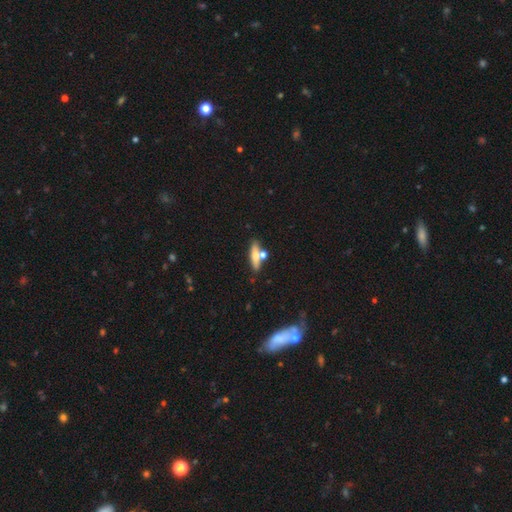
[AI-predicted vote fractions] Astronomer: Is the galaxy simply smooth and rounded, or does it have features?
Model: smooth — 54% (runner-up: featured or disk, 38%).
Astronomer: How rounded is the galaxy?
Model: cigar-shaped — 65%.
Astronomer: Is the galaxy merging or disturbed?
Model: none — 63%.